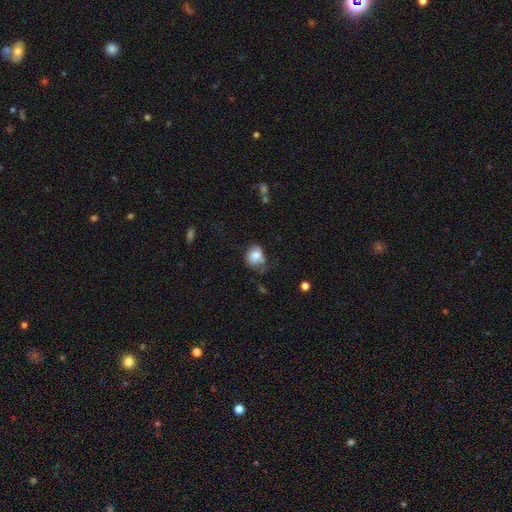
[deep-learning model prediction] smooth 78%, featured or disk 13%, star or artifact 9%. Down the decision tree: how rounded — round (58%); merging — none (51%).